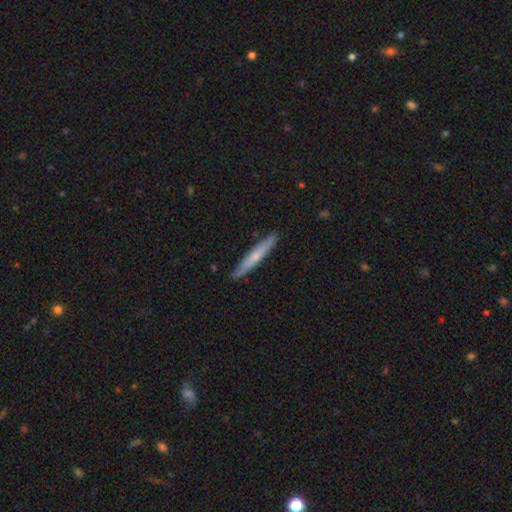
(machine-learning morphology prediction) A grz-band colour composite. It shows a smooth galaxy with no disk features (58%) that is cigar-shaped (95%). Merging: none (88%).